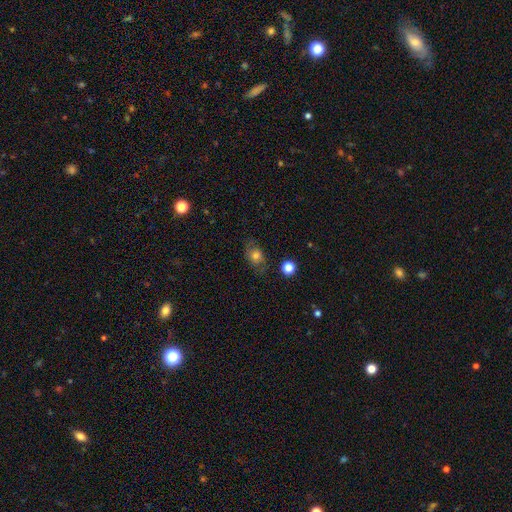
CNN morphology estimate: Q: Smooth or featured?
A: smooth (66%); runner-up: featured or disk (21%)
Q: How rounded?
A: in between (57%); runner-up: round (40%)
Q: Merging?
A: none (71%); runner-up: minor disturbance (20%)